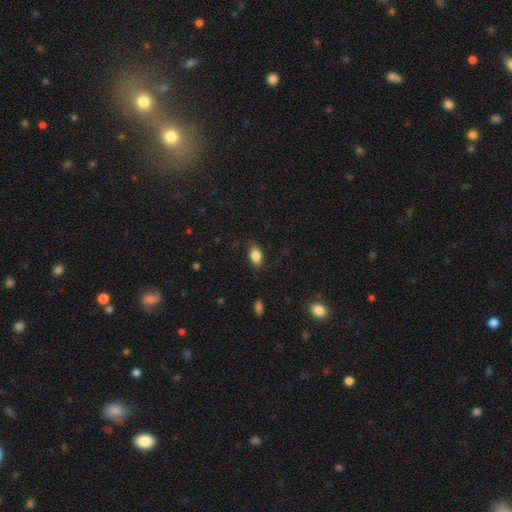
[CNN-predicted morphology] A smooth galaxy with no disk features (84%) that is in between round and cigar-shaped (88%). Merging: none (79%).